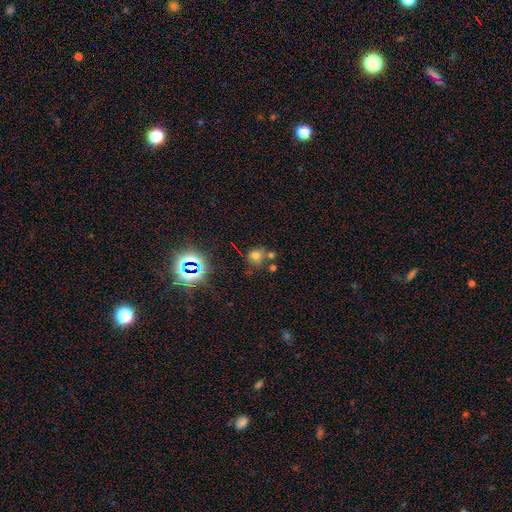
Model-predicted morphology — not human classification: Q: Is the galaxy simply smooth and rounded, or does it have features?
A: smooth — 62%.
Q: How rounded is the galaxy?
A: round — 74%.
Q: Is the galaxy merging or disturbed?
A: none — 57%.